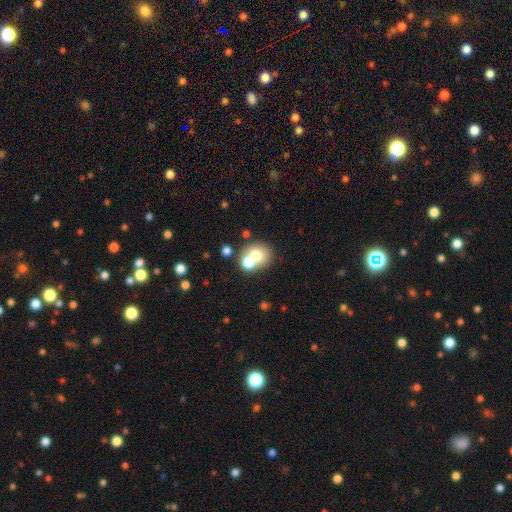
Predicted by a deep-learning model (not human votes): Overall: smooth (69%). How rounded: round (74%). Merging: merger (46%; none 42%).